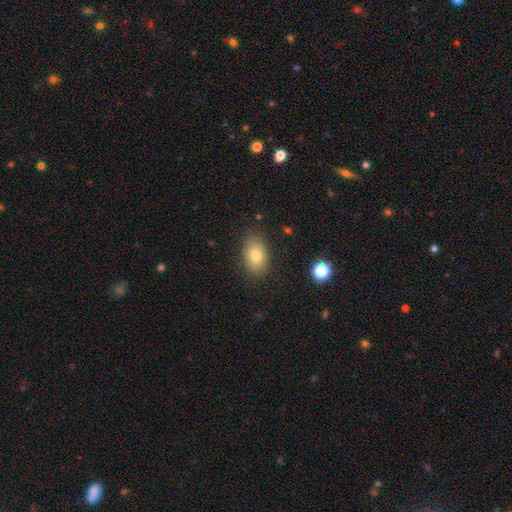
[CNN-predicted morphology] Smooth or featured? Predicted: smooth (p=0.77). How rounded? Predicted: in between (p=0.87). Merging? Predicted: none (p=0.84).